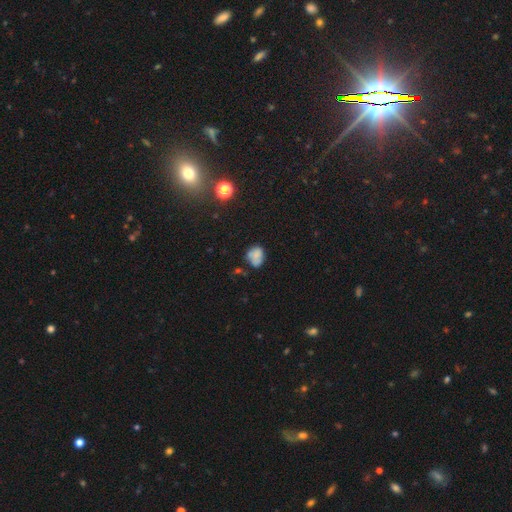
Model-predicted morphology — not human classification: smooth_or_featured: smooth (p=0.66) [alt: featured or disk p=0.21]
how_rounded: in between (p=0.56) [alt: round p=0.43]
merging: none (p=0.44) [alt: minor disturbance p=0.29]